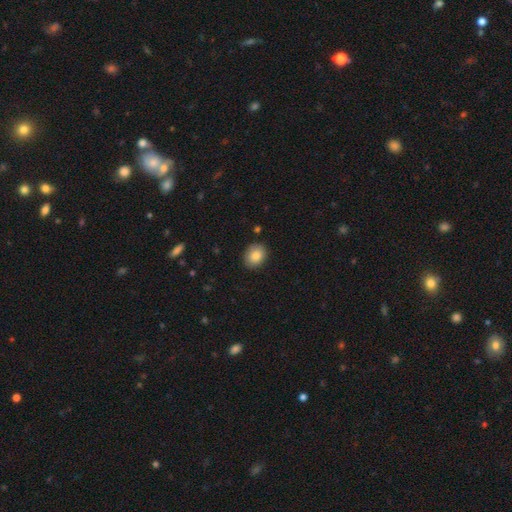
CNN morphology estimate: Overall: smooth (86%). How rounded: in between (50%; round 49%). Merging: none (85%).